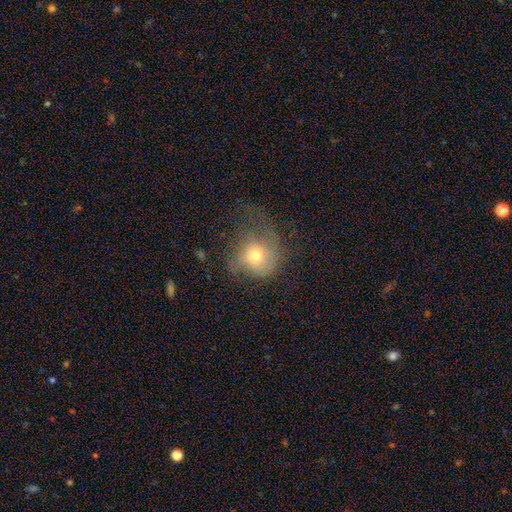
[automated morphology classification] The model was most divided on "merging": none: 38%, major disturbance: 36%, minor disturbance: 24%, merger: 2%. More confident: how rounded — round (83%); smooth or featured — smooth (63%).